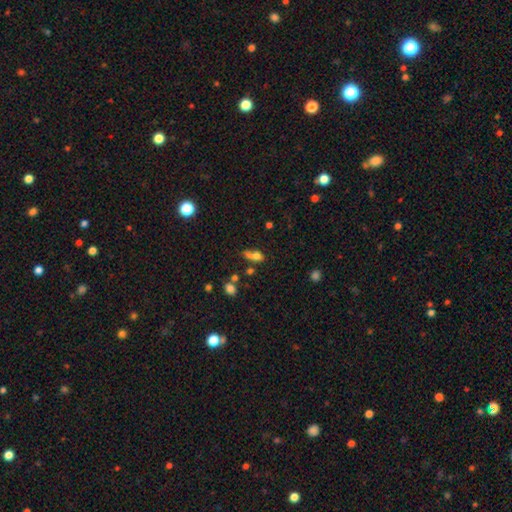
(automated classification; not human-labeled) smooth-or-featured: smooth: 68% | featured or disk: 18% | star or artifact: 14%
  how-rounded: in between: 58% | round: 28% | cigar-shaped: 14%
  merging: merger: 42% | none: 30% | minor disturbance: 16% | major disturbance: 12%